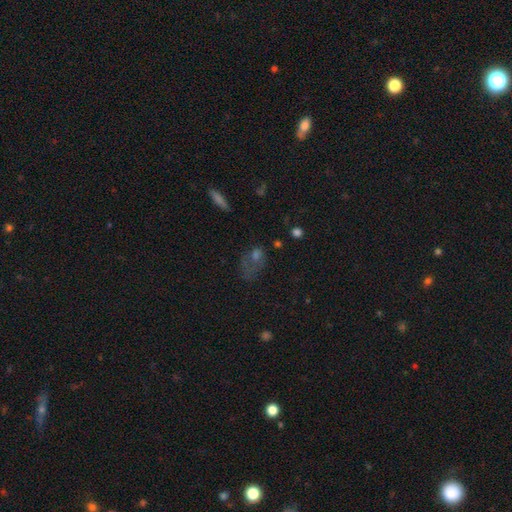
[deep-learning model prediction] smooth 49%, featured or disk 28%, star or artifact 23%. Down the decision tree: merging — major disturbance (40%).